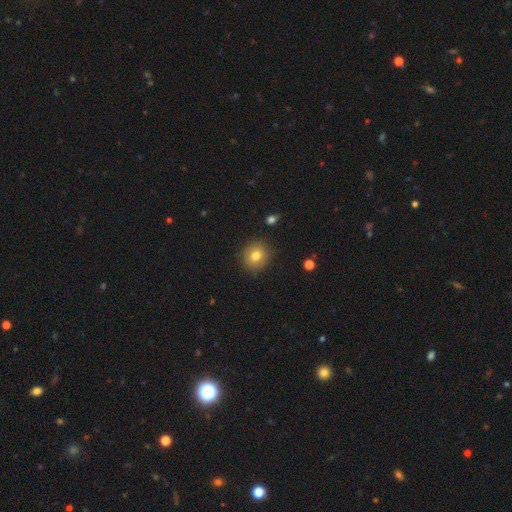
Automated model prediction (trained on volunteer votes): smooth_or_featured: smooth (p=0.80) [alt: star or artifact p=0.10]
how_rounded: round (p=0.85) [alt: in between p=0.14]
merging: none (p=0.89) [alt: minor disturbance p=0.08]